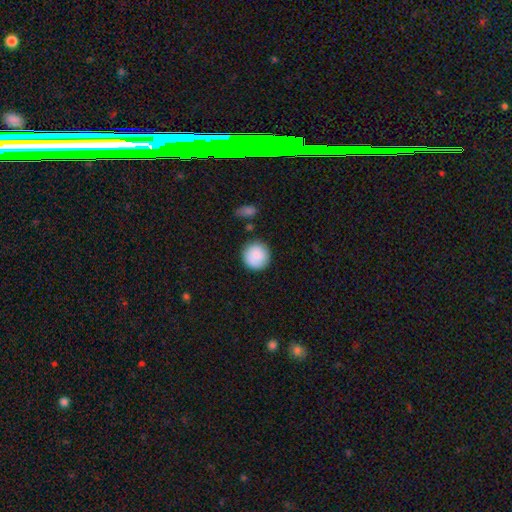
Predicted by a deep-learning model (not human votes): Overall: smooth (87%). How rounded: round (95%). Merging: none (86%).